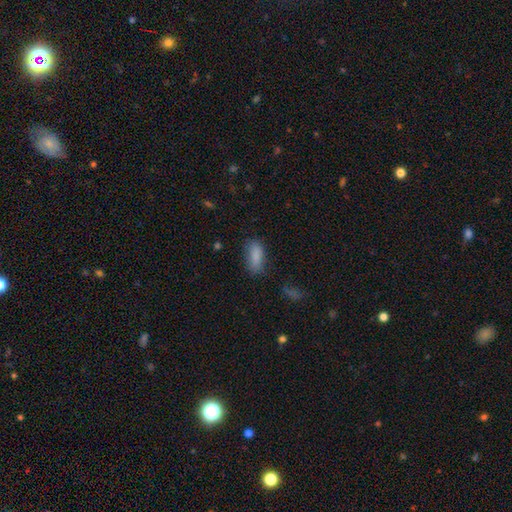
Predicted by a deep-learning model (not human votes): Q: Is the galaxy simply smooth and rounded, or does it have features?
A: smooth — 86%.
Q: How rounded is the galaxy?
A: in between — 80%.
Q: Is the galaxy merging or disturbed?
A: none — 70%.